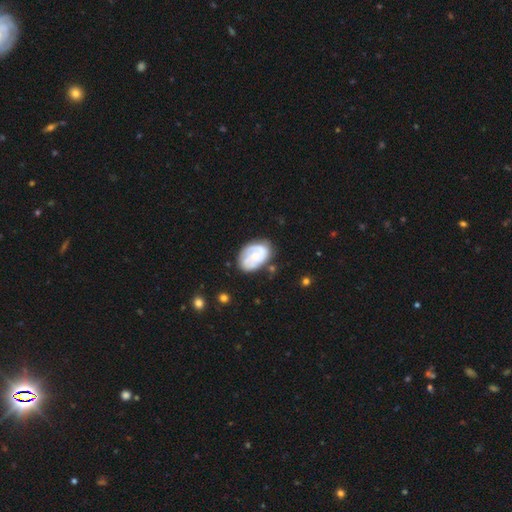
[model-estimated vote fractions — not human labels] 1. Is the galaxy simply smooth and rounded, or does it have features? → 63% featured or disk, 31% smooth, 6% star or artifact.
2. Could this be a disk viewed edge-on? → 98% no, 2% yes.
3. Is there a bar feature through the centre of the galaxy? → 75% no, 21% weak, 4% strong.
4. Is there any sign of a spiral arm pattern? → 80% yes, 20% no.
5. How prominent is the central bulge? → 51% small, 28% moderate, 15% none, 4% large, 2% dominant.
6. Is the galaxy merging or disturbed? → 61% none, 25% minor disturbance, 10% major disturbance, 4% merger.